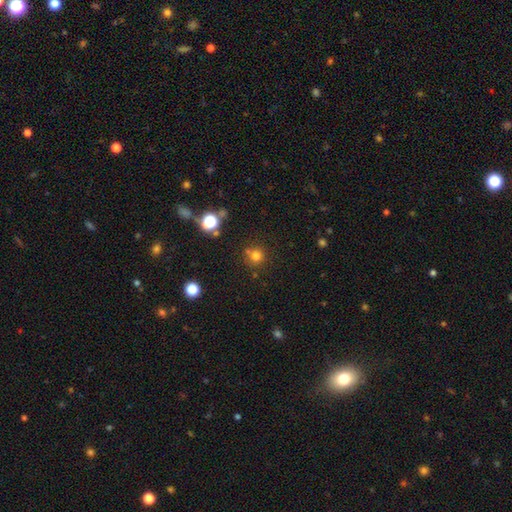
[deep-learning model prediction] A smooth galaxy with no disk features (74%) that is round (93%).

Vote fractions:
- Smooth or featured? smooth: 74% / star or artifact: 19% / featured or disk: 7%
- How rounded? round: 93% / in between: 6% / cigar-shaped: 1%
- Merging? none: 73% / merger: 14% / minor disturbance: 9% / major disturbance: 3%